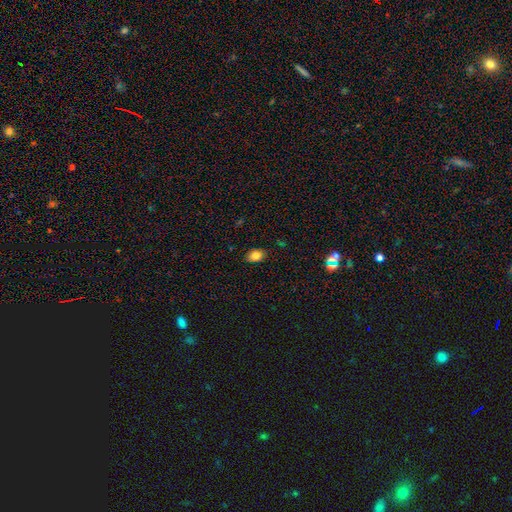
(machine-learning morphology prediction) Smooth or featured? smooth (81%)
How rounded? in between (77%)
Merging? none (85%)